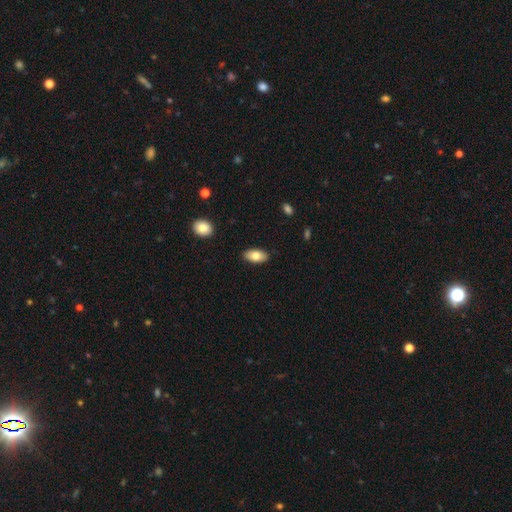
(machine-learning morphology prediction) type=smooth (78%); roundness=in between (93%); merging=none (88%).